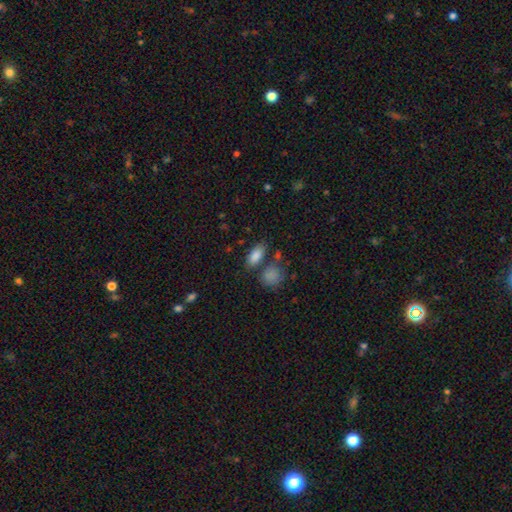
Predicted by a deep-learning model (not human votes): smooth-or-featured: smooth: 86% | star or artifact: 8% | featured or disk: 6%
  how-rounded: in between: 88% | cigar-shaped: 7% | round: 5%
  merging: none: 68% | merger: 15% | minor disturbance: 13% | major disturbance: 4%